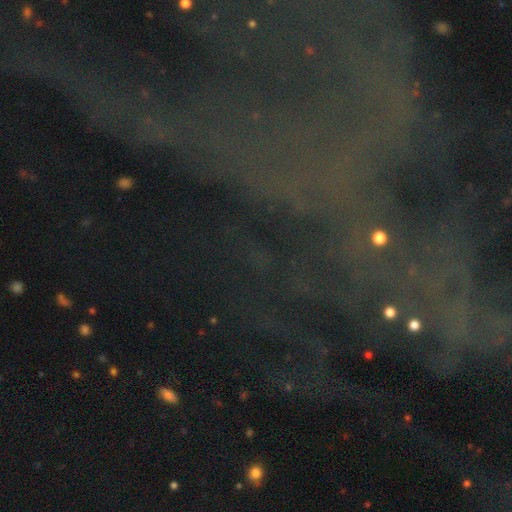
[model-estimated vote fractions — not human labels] Smooth or featured? star or artifact (76%)